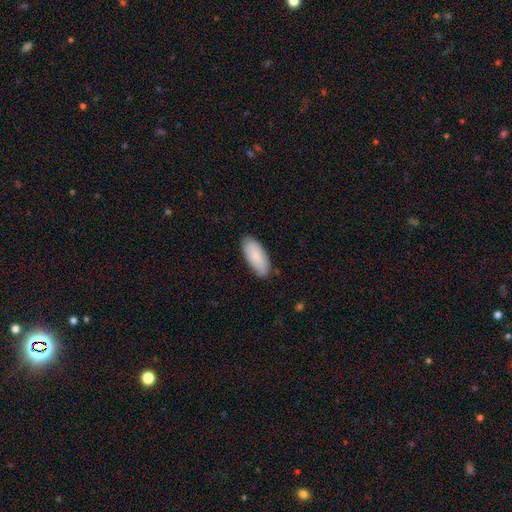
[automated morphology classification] Smooth or featured? smooth (85%)
How rounded? in between (86%)
Merging? none (83%)